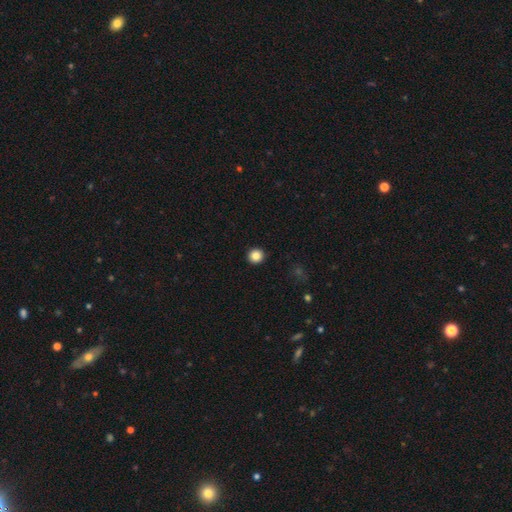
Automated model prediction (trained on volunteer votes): smooth-or-featured: smooth: 86% | star or artifact: 10% | featured or disk: 4%
  how-rounded: round: 94% | in between: 5% | cigar-shaped: 1%
  merging: none: 94% | minor disturbance: 4% | major disturbance: 1% | merger: 1%